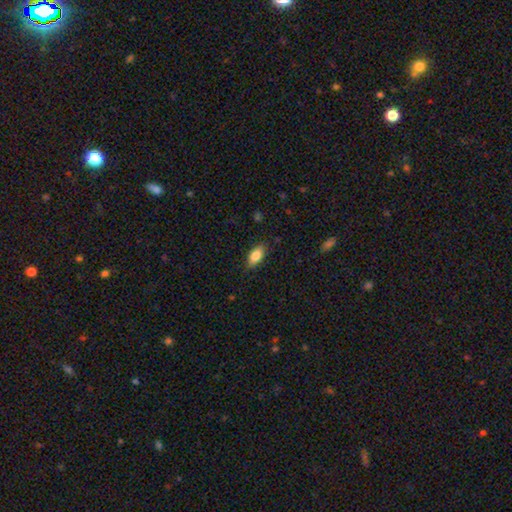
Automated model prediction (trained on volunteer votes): Smooth or featured? Predicted: smooth (p=0.84). How rounded? Predicted: in between (p=0.86). Merging? Predicted: none (p=0.85).